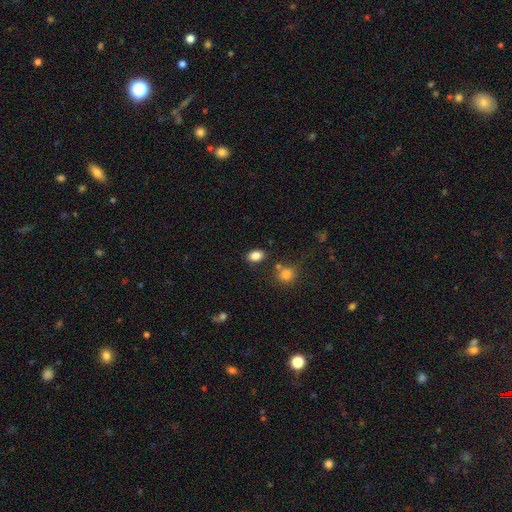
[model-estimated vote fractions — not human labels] Morphology: type=smooth (85%); roundness=in between (79%); merging=none (80%).